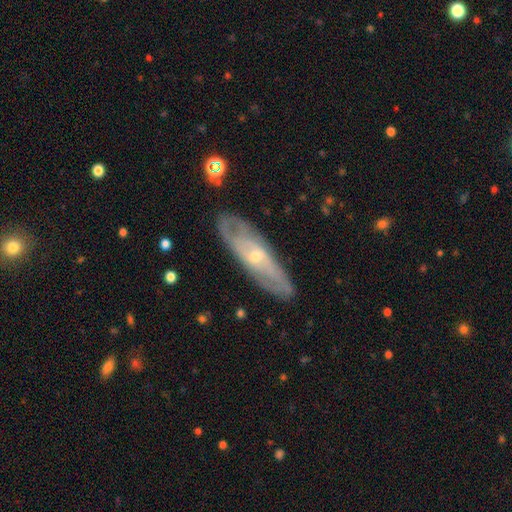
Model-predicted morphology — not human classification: Smooth or featured?
  - featured or disk: 73% *
  - smooth: 20%
  - star or artifact: 6%
Edge-on disk?
  - no: 70% *
  - yes: 30%
Bar?
  - no: 66% *
  - weak: 26%
  - strong: 8%
Spiral arms?
  - yes: 74% *
  - no: 26%
Bulge size?
  - small: 66% *
  - moderate: 30%
  - none: 1%
  - large: 1%
  - dominant: 1%
Merging?
  - none: 82% *
  - minor disturbance: 13%
  - major disturbance: 3%
  - merger: 1%